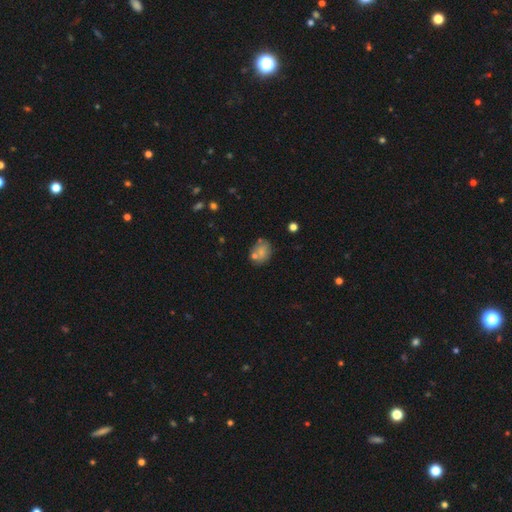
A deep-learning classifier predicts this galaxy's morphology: Q: Smooth or featured?
A: smooth (64%); runner-up: featured or disk (20%)
Q: How rounded?
A: in between (50%); runner-up: round (49%)
Q: Merging?
A: none (63%); runner-up: minor disturbance (18%)